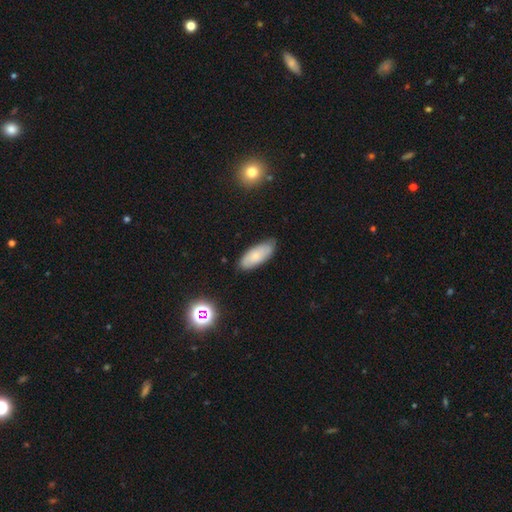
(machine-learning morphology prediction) smooth_or_featured: smooth (p=0.74) [alt: featured or disk p=0.19]
how_rounded: in between (p=0.82) [alt: cigar-shaped p=0.16]
merging: none (p=0.78) [alt: minor disturbance p=0.18]